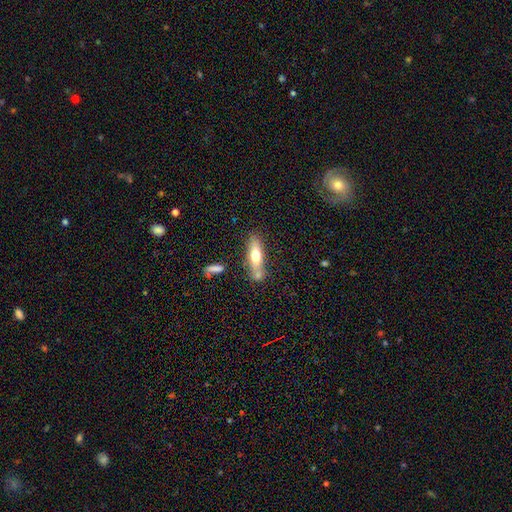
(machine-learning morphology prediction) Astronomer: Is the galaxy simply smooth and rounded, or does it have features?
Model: smooth — 60%.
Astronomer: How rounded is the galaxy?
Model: cigar-shaped — 56% (runner-up: in between, 42%).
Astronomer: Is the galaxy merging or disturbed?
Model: none — 65%.